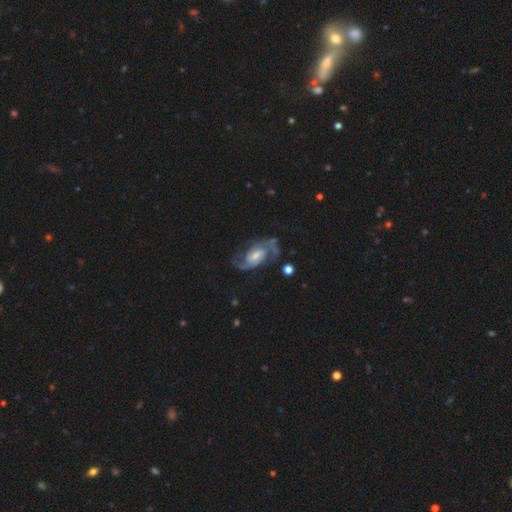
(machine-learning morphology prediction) smooth_or_featured: featured or disk (p=0.89) [alt: smooth p=0.06]
disk_edge_on: no (p=0.97) [alt: yes p=0.03]
bar: weak (p=0.46) [alt: no p=0.38]
has_spiral_arms: yes (p=0.97) [alt: no p=0.03]
spiral_winding: medium (p=0.55) [alt: tight p=0.25]
spiral_arm_count: 2 (p=0.90) [alt: can't tell p=0.03]
bulge_size: moderate (p=0.42) [alt: small p=0.41]
merging: none (p=0.73) [alt: minor disturbance p=0.15]